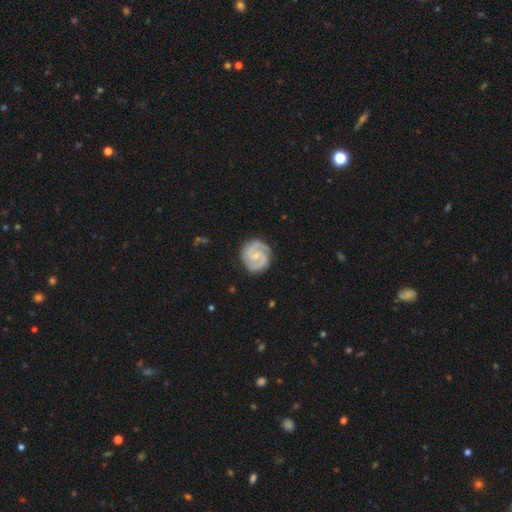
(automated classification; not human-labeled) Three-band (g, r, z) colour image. It shows a featured or disk galaxy (92%) with no bar (45%), 2 (92%) tight (57%) spiral arms (98%) and a small central bulge (64%). Merging: none (85%).